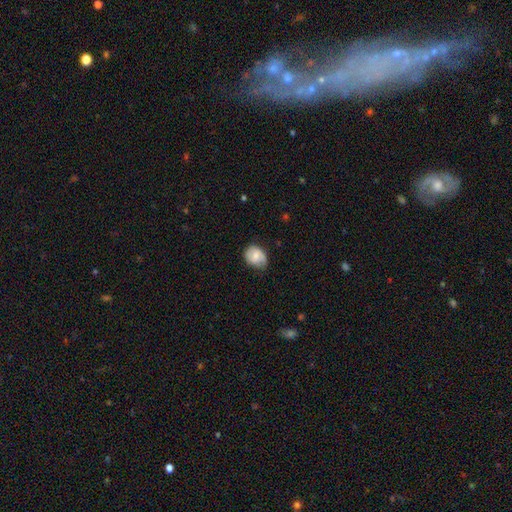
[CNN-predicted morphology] Q: Smooth or featured?
A: smooth (61%); runner-up: featured or disk (32%)
Q: How rounded?
A: in between (50%); runner-up: round (49%)
Q: Merging?
A: none (60%); runner-up: minor disturbance (32%)